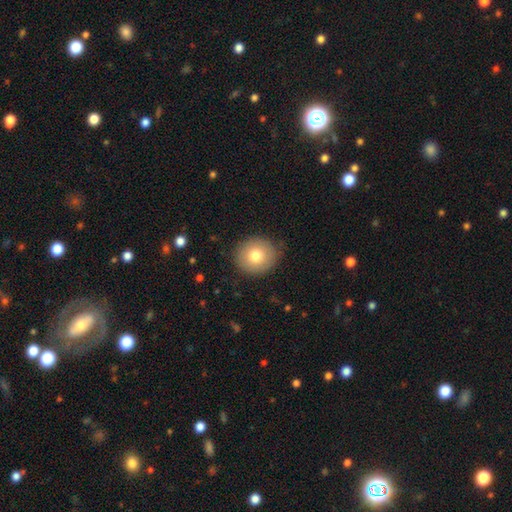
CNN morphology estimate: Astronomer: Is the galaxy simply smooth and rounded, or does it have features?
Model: smooth — 77%.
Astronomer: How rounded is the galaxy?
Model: round — 85%.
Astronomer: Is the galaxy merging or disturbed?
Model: none — 86%.